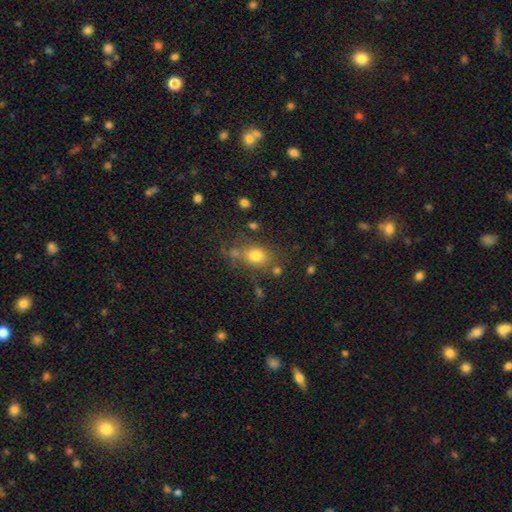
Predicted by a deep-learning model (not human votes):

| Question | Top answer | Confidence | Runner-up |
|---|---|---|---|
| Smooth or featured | smooth | 75% | star or artifact (13%) |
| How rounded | in between | 51% | round (47%) |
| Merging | none | 66% | minor disturbance (16%) |